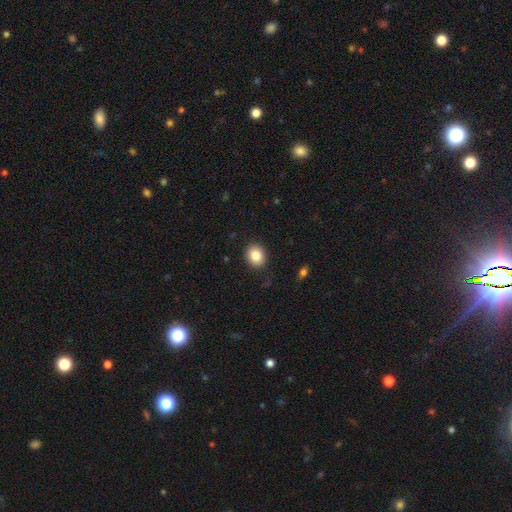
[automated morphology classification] Smooth or featured? smooth (84%)
How rounded? round (59%)
Merging? none (88%)